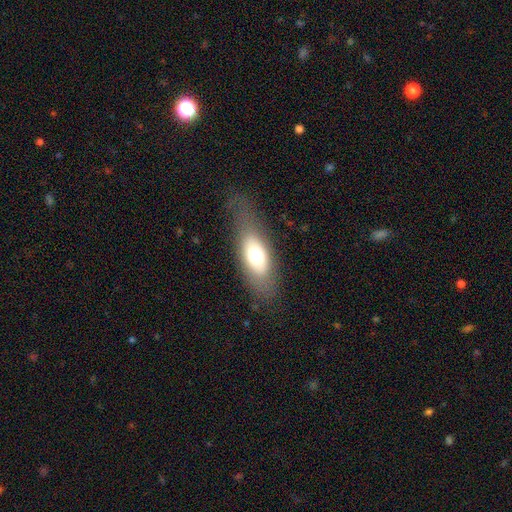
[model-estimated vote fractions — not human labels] Smooth or featured? Predicted: smooth (p=0.64). How rounded? Predicted: in between (p=0.81). Merging? Predicted: none (p=0.70).